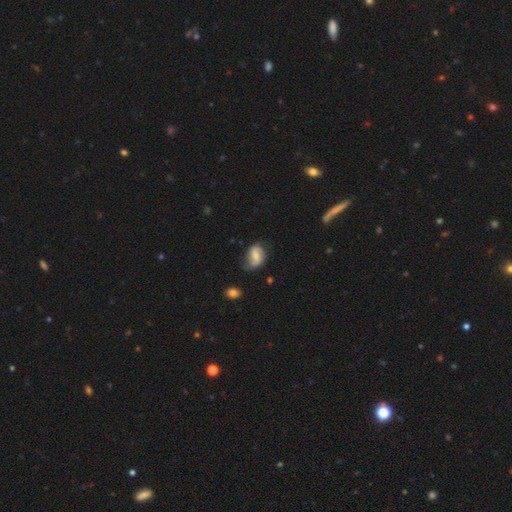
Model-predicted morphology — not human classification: Smooth or featured? Predicted: featured or disk (p=0.48). Merging? Predicted: none (p=0.57).